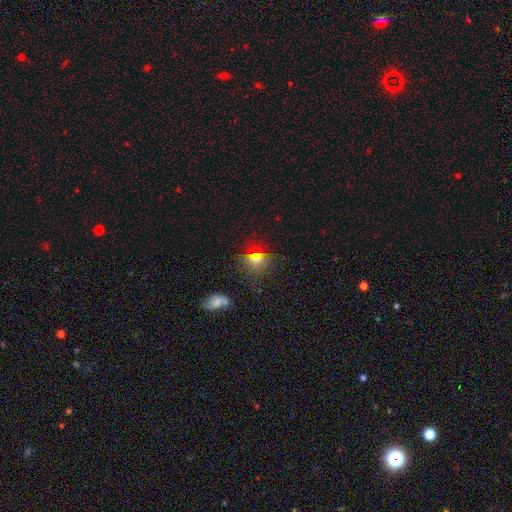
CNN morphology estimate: This appears to be a smooth galaxy with no disk features (56%) that is round (79%). Merging: none (78%).